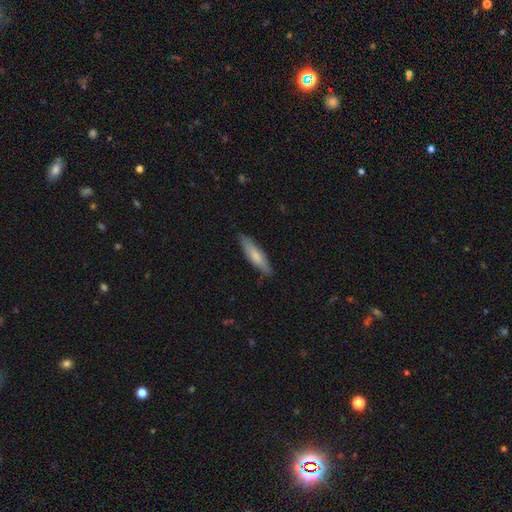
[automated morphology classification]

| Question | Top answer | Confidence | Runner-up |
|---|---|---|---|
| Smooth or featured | smooth | 70% | featured or disk (25%) |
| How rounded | cigar-shaped | 67% | in between (31%) |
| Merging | none | 83% | minor disturbance (14%) |